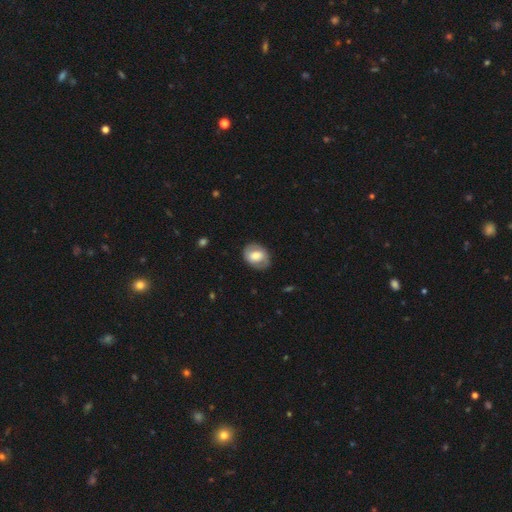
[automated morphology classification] Smooth or featured: smooth — 54% (featured or disk — 39%)
How rounded: in between — 62% (round — 36%)
Merging: none — 80% (minor disturbance — 14%)